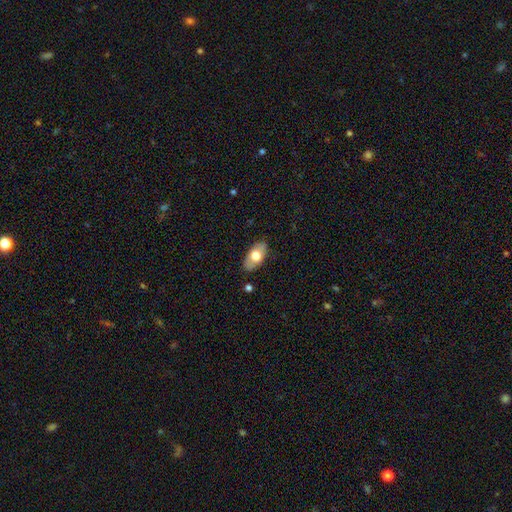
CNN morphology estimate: A smooth galaxy with no disk features (66%) that is in between round and cigar-shaped (93%).

Vote fractions:
- Smooth or featured? smooth: 66% / featured or disk: 28% / star or artifact: 6%
- How rounded? in between: 93% / round: 4% / cigar-shaped: 3%
- Merging? none: 84% / minor disturbance: 12% / major disturbance: 3% / merger: 1%